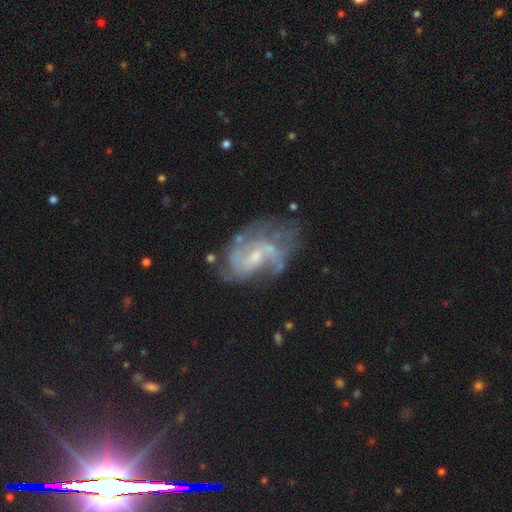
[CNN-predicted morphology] type=featured or disk (83%); edge-on=no (97%); bar=weak (49%); spiral arms=yes (90%); winding=medium (47%); arm count=2 (51%); bulge=small (63%); merging=none (53%).